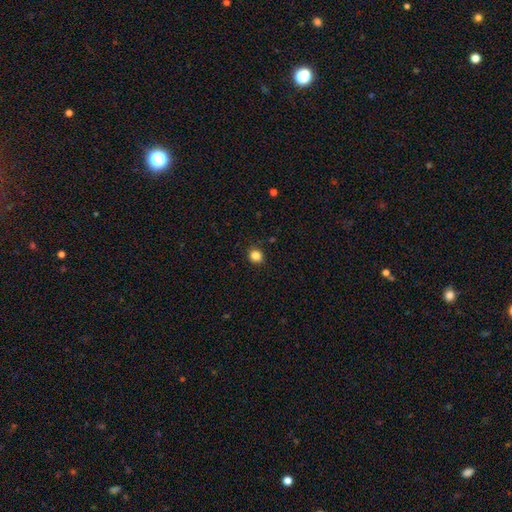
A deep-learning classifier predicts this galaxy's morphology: This is clearly a smooth galaxy (85%). How rounded: likely round (80%). Merging: clearly none (87%).